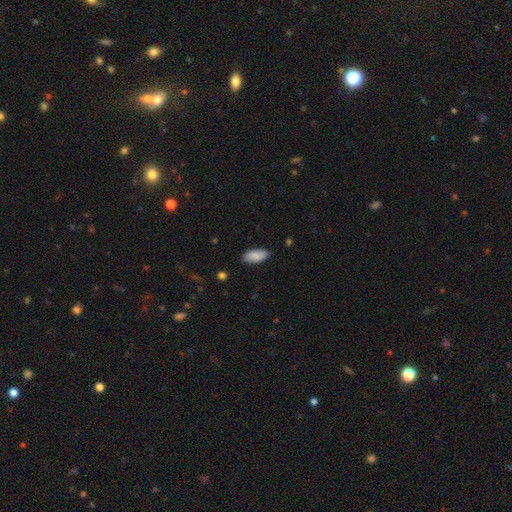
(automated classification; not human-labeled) This appears to be a smooth galaxy with no disk features (87%) that is in between round and cigar-shaped (90%). Merging: none (83%).